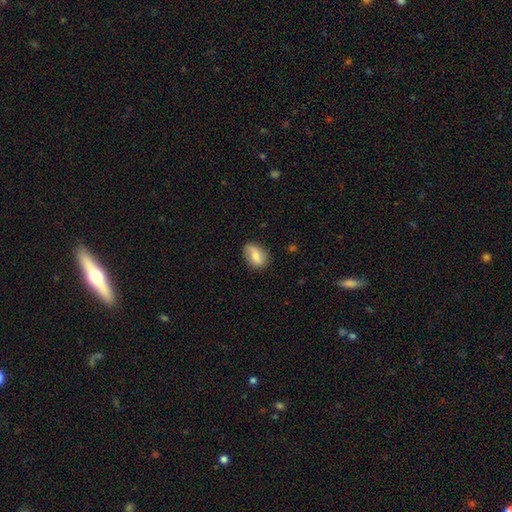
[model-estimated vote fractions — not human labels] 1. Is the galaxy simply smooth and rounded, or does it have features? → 64% smooth, 29% featured or disk, 7% star or artifact.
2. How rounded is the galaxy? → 81% in between, 17% round, 2% cigar-shaped.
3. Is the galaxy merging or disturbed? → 79% none, 16% minor disturbance, 4% major disturbance, 1% merger.